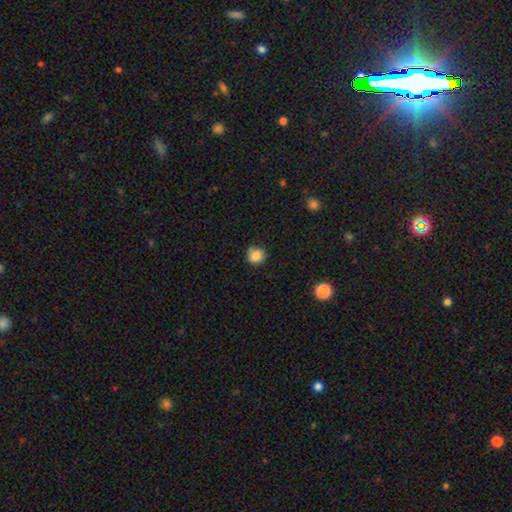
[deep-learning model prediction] This is clearly a smooth galaxy (85%). How rounded: clearly round (84%). Merging: likely none (74%).